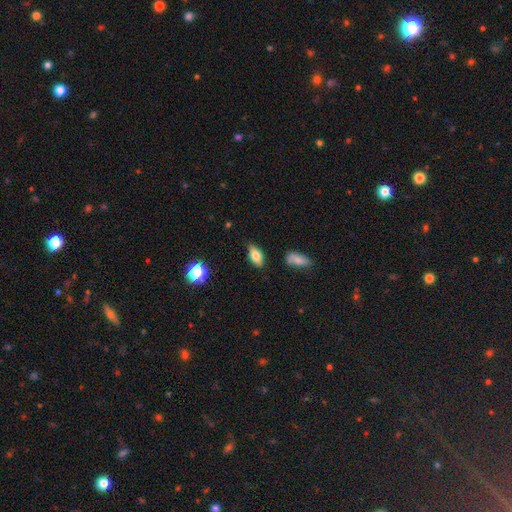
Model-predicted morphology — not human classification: Smooth or featured?
  - smooth: 73% *
  - featured or disk: 18%
  - star or artifact: 9%
How rounded?
  - in between: 86% *
  - cigar-shaped: 10%
  - round: 5%
Merging?
  - none: 77% *
  - minor disturbance: 17%
  - major disturbance: 3%
  - merger: 3%